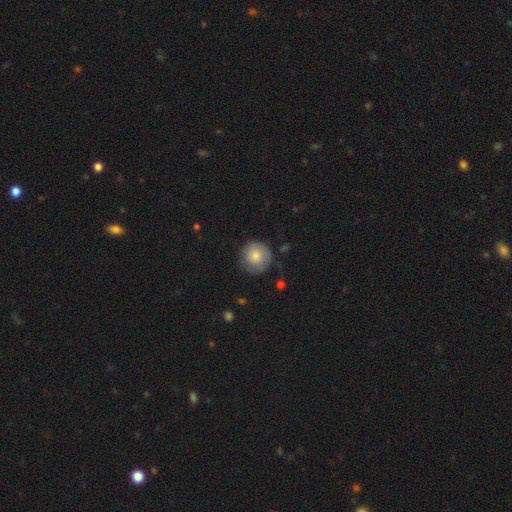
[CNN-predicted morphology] Overall: smooth (76%). How rounded: round (93%). Merging: none (74%).